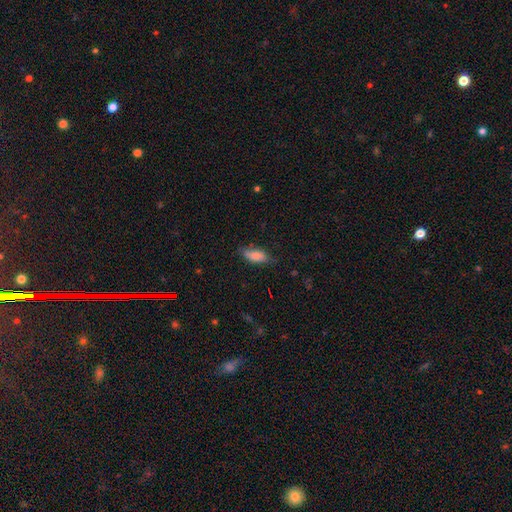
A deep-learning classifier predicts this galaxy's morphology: A smooth galaxy with no disk features (79%) that is in between round and cigar-shaped (79%).

Vote fractions:
- Smooth or featured? smooth: 79% / featured or disk: 14% / star or artifact: 7%
- How rounded? in between: 79% / cigar-shaped: 18% / round: 3%
- Merging? none: 67% / minor disturbance: 26% / major disturbance: 5% / merger: 2%